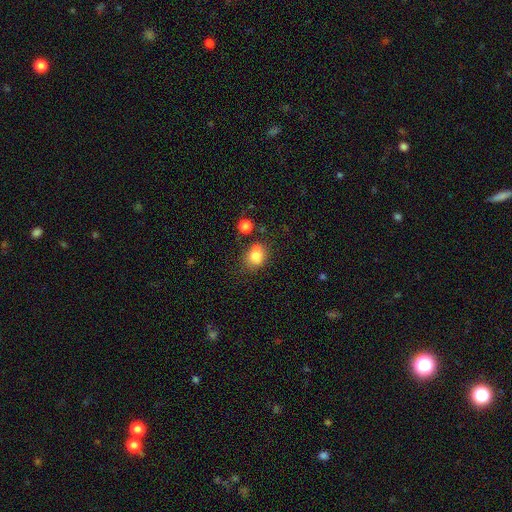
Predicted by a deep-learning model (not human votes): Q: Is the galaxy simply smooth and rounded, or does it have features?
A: smooth — 79%.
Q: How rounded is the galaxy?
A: round — 51%.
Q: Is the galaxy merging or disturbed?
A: none — 58%.